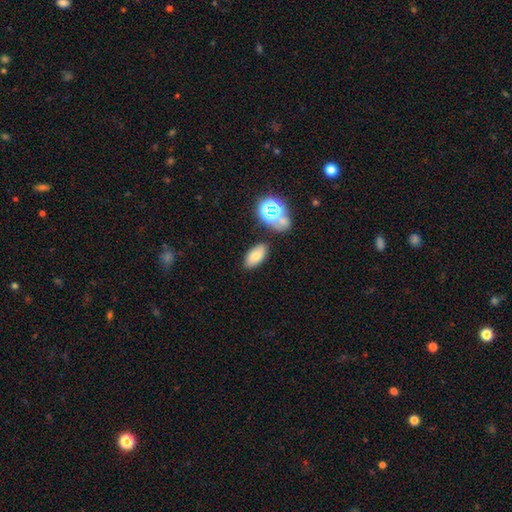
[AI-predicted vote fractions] A smooth galaxy with no disk features (73%) that is in between round and cigar-shaped (90%). Merging: none (80%).